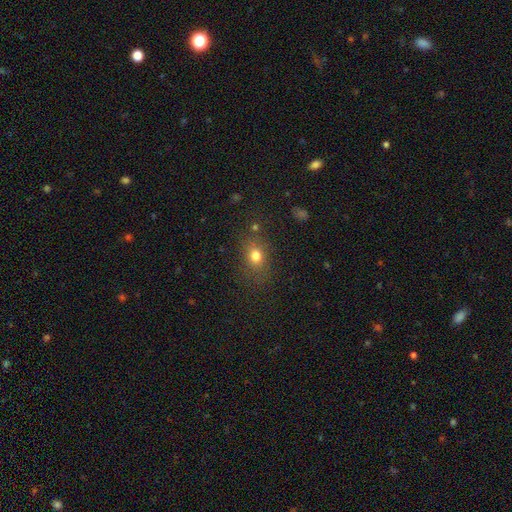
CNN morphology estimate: Overall: smooth (75%). How rounded: in between (52%; round 46%). Merging: none (77%).